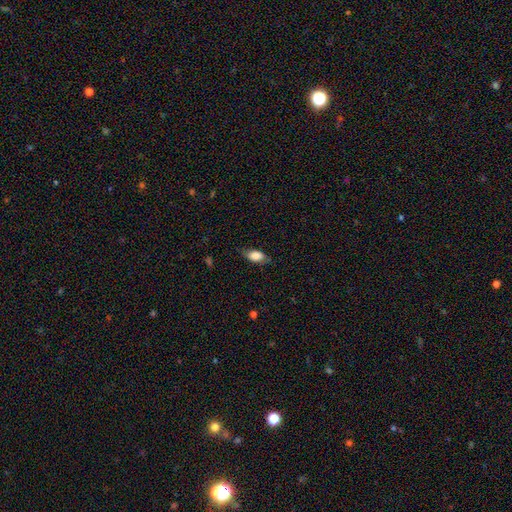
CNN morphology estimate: A smooth galaxy with no disk features (78%) that is in between round and cigar-shaped (86%). Merging: none (73%).